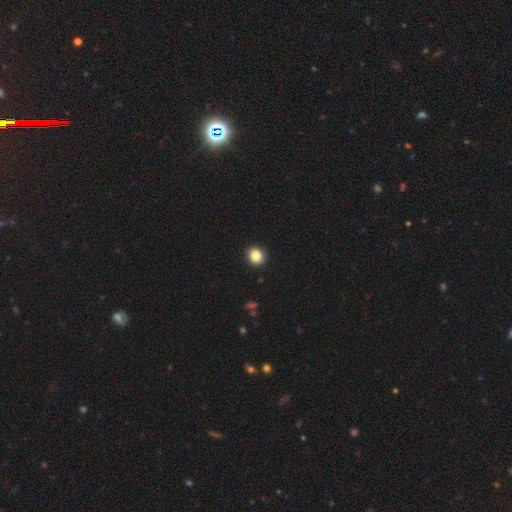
This is clearly a smooth galaxy (90%). How rounded: clearly round (86%). Merging: clearly none (97%).